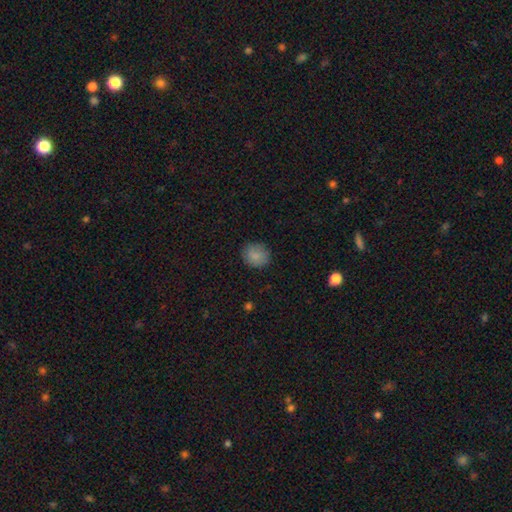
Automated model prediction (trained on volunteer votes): smooth-or-featured: smooth: 85% | star or artifact: 8% | featured or disk: 6%
  how-rounded: round: 83% | in between: 16% | cigar-shaped: 1%
  merging: none: 86% | minor disturbance: 11% | major disturbance: 3% | merger: 1%